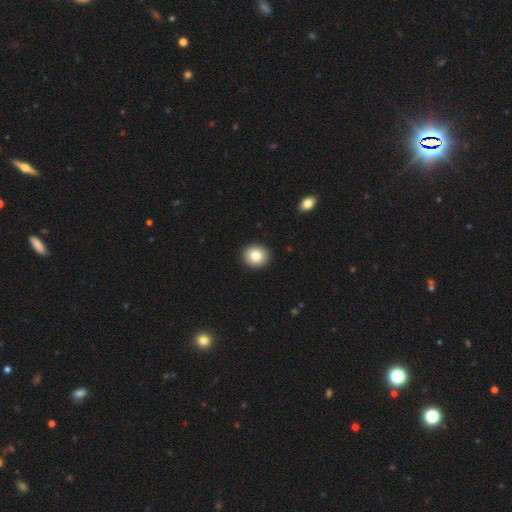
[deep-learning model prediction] Smooth or featured? smooth (82%)
How rounded? round (86%)
Merging? none (93%)